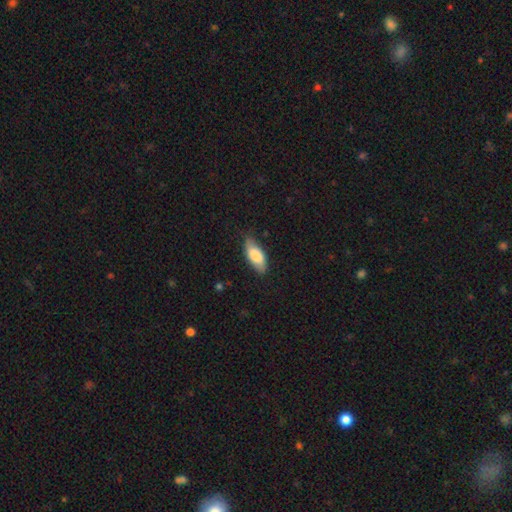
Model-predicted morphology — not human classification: Overall: smooth (78%). How rounded: in between (84%). Merging: none (74%).